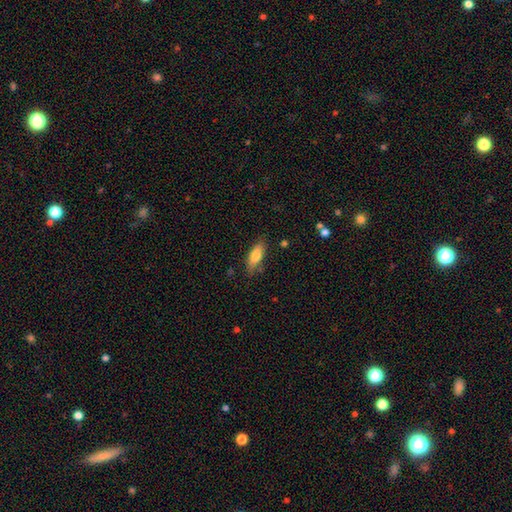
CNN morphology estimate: Smooth or featured: smooth — 76% (featured or disk — 17%)
How rounded: in between — 69% (cigar-shaped — 28%)
Merging: none — 78% (minor disturbance — 16%)